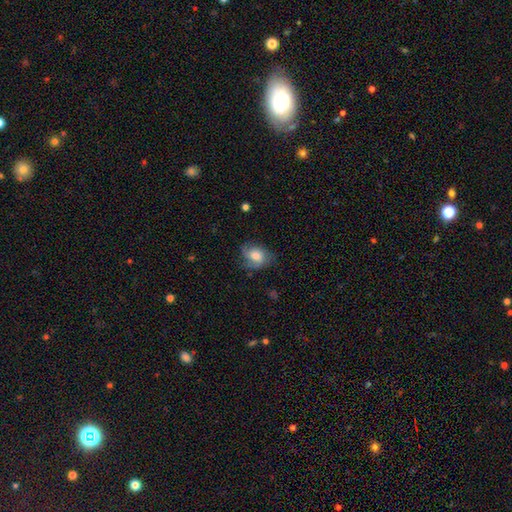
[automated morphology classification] This appears to be a smooth galaxy with no disk features (54%) that is in between round and cigar-shaped (65%). Merging: none (60%).